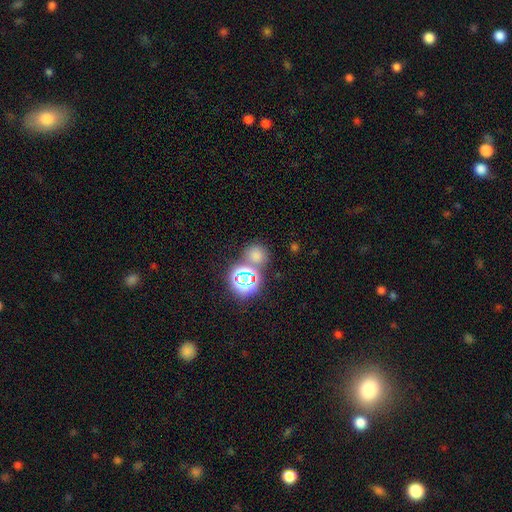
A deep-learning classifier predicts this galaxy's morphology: The model was most divided on "smooth or featured": smooth: 61%, star or artifact: 33%, featured or disk: 6%. More confident: how rounded — round (80%); merging — none (67%).